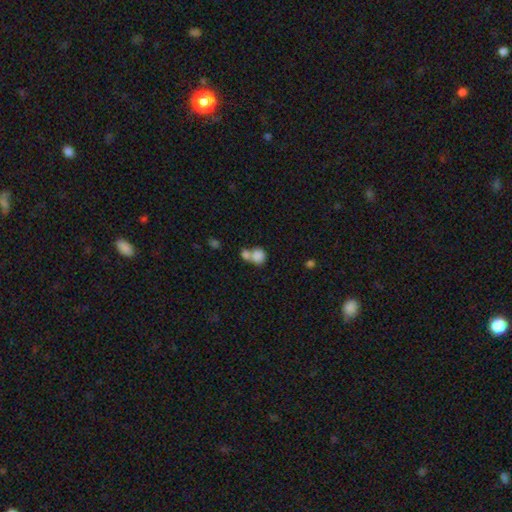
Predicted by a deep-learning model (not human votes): smooth-or-featured: smooth: 82% | star or artifact: 9% | featured or disk: 9%
  how-rounded: round: 77% | in between: 22% | cigar-shaped: 1%
  merging: merger: 57% | none: 31% | minor disturbance: 7% | major disturbance: 4%